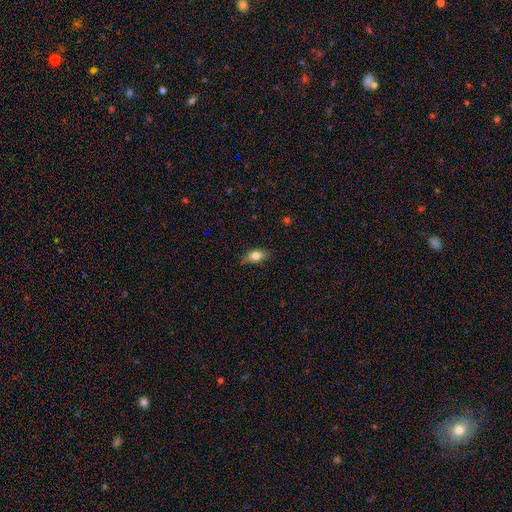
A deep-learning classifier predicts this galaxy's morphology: Overall: smooth (78%). How rounded: in between (85%). Merging: none (79%).